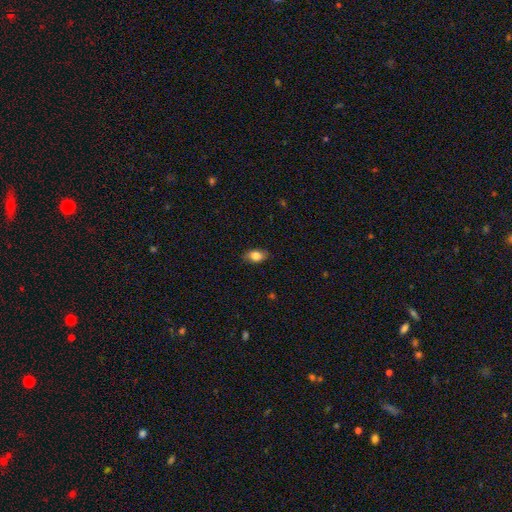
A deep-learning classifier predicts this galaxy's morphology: Smooth or featured? Predicted: smooth (p=0.83). How rounded? Predicted: in between (p=0.84). Merging? Predicted: none (p=0.83).